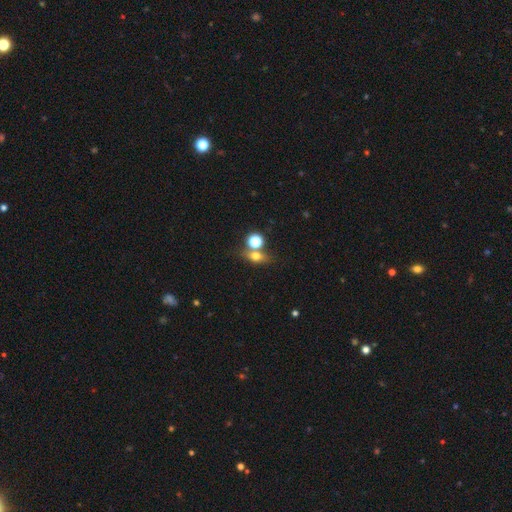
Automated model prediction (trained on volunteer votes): This is likely a smooth galaxy (61%). How rounded: possibly in between (49%). Merging: possibly none (59%).